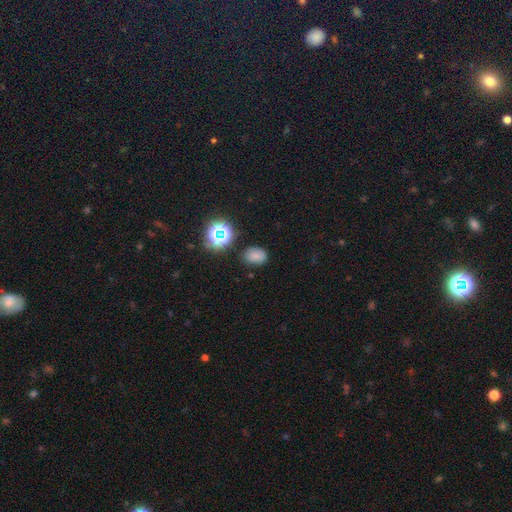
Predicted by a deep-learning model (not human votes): Morphology: type=smooth (71%); roundness=in between (69%); merging=none (76%).